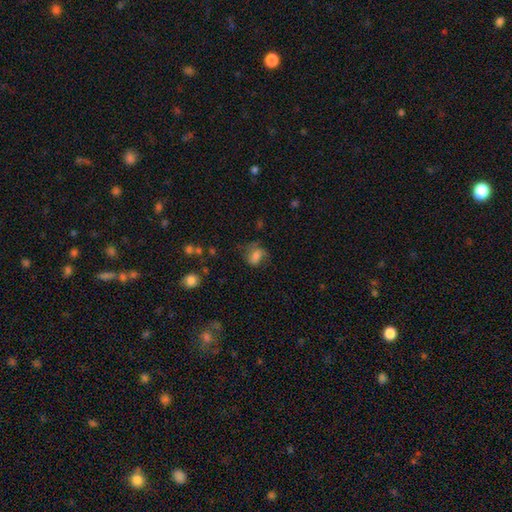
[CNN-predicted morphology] This appears to be a smooth galaxy with no disk features (60%) that is in between round and cigar-shaped (68%). Merging: none (46%).